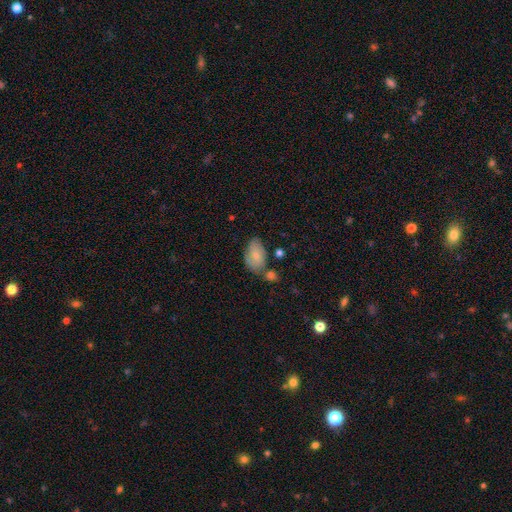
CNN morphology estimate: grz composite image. It shows a smooth galaxy with no disk features (66%) that is in between round and cigar-shaped (90%). Merging: none (51%).